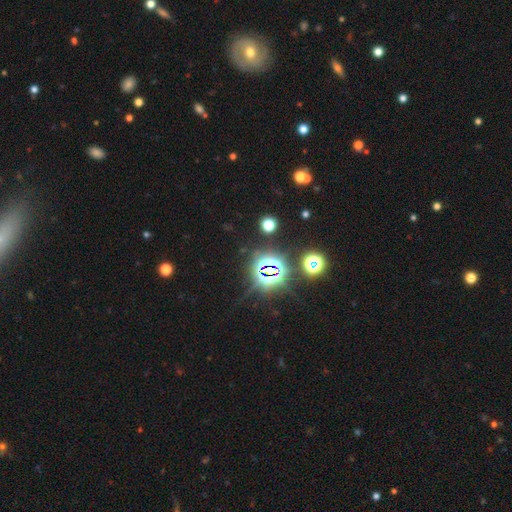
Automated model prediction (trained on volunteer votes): Overall: star or artifact (81%).